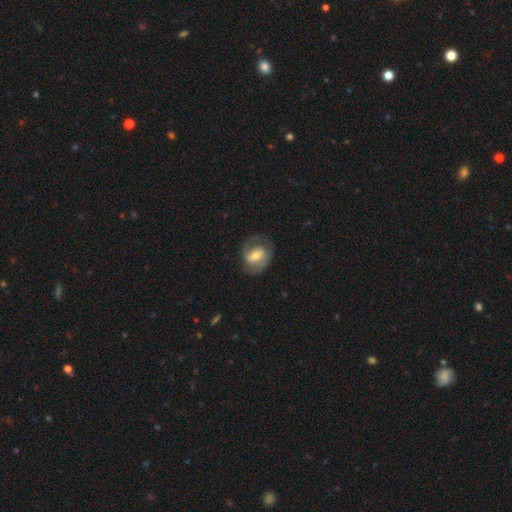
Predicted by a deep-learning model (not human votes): This is likely a featured or disk galaxy (64%). It is clearly not viewed edge-on (96%). Bar: marginally weak (41%). Spiral arm pattern: clearly yes (80%). Central bulge: possibly moderate (60%). Merging: likely none (72%).